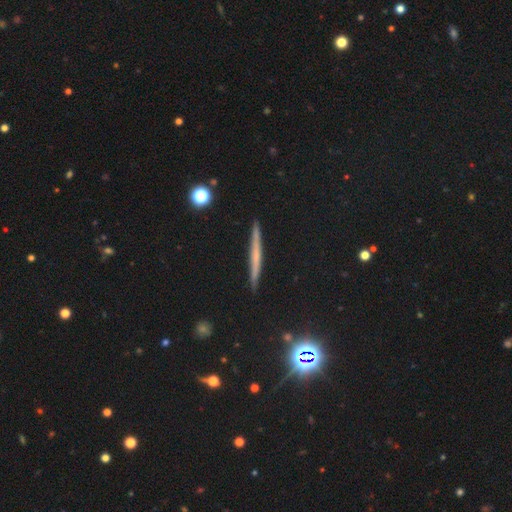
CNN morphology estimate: This is possibly a featured or disk galaxy (47%). Merging: clearly none (91%).